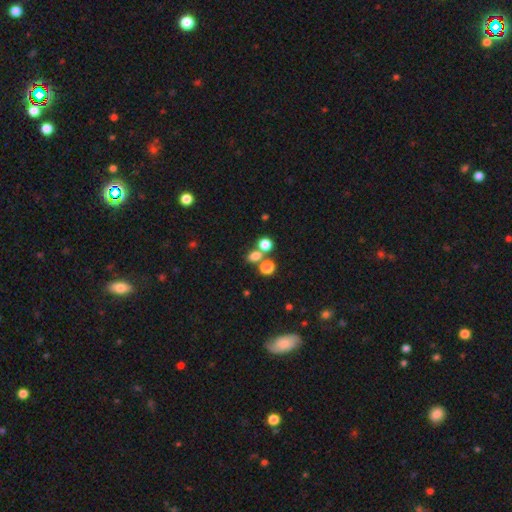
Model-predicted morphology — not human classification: smooth-or-featured: smooth: 73% | star or artifact: 18% | featured or disk: 8%
  how-rounded: round: 51% | in between: 47% | cigar-shaped: 2%
  merging: none: 54% | merger: 33% | minor disturbance: 9% | major disturbance: 5%